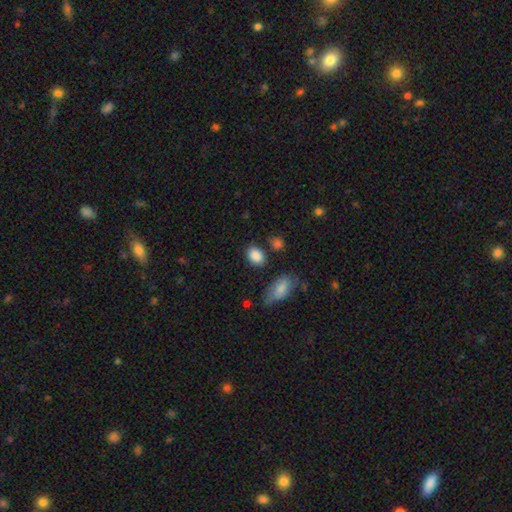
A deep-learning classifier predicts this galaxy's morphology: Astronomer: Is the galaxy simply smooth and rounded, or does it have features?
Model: smooth — 87%.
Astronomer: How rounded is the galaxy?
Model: in between — 74%.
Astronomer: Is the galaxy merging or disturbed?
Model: none — 75%.